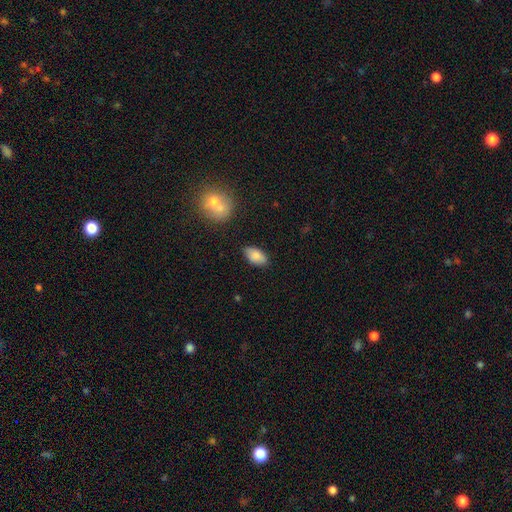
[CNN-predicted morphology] The model was most divided on "merging": none: 82%, minor disturbance: 13%, major disturbance: 3%, merger: 2%. More confident: how rounded — in between (93%); smooth or featured — smooth (84%).